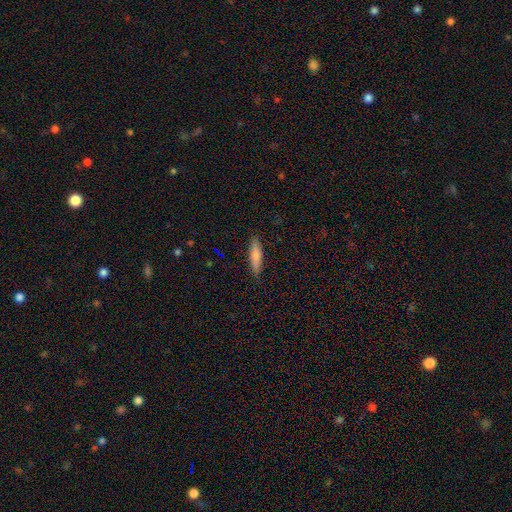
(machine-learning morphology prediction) type=smooth (77%); roundness=cigar-shaped (78%); merging=none (87%).